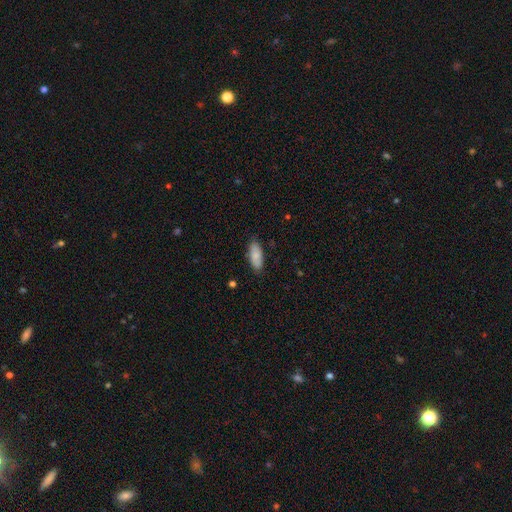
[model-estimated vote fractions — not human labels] Smooth or featured?
  - smooth: 83% *
  - featured or disk: 11%
  - star or artifact: 6%
How rounded?
  - in between: 82% *
  - cigar-shaped: 16%
  - round: 2%
Merging?
  - none: 84% *
  - minor disturbance: 13%
  - major disturbance: 2%
  - merger: 1%